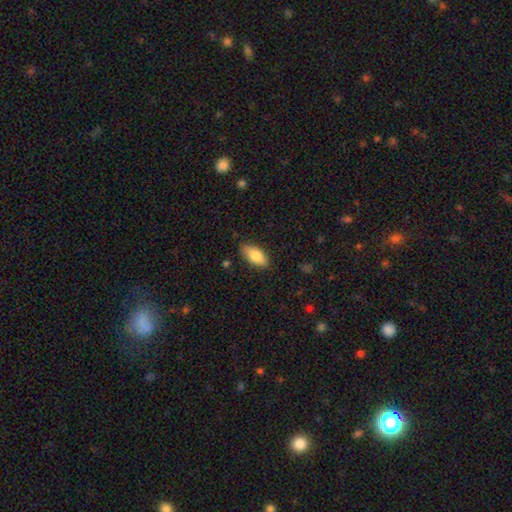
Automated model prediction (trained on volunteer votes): A smooth galaxy with no disk features (83%) that is in between round and cigar-shaped (88%). Merging: none (85%).